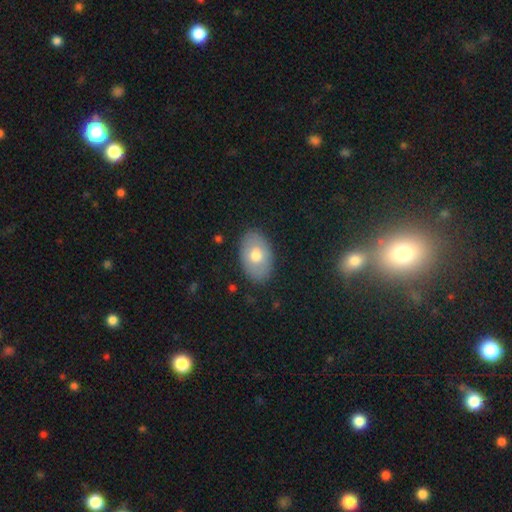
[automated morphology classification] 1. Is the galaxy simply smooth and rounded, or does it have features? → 65% smooth, 28% featured or disk, 7% star or artifact.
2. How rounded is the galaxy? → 88% in between, 11% round, 1% cigar-shaped.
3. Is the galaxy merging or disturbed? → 86% none, 10% minor disturbance, 2% major disturbance, 1% merger.